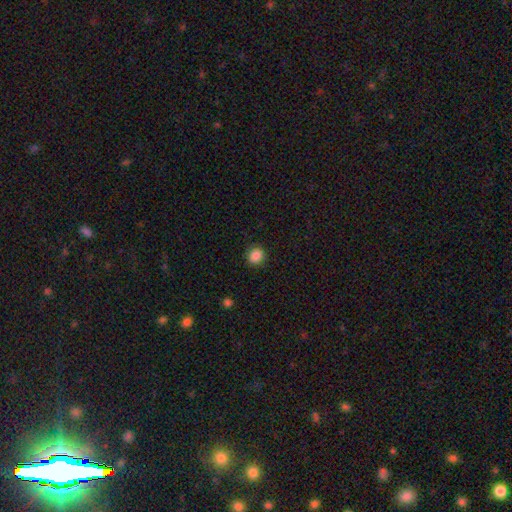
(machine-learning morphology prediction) Overall: smooth (87%). How rounded: round (75%). Merging: none (89%).